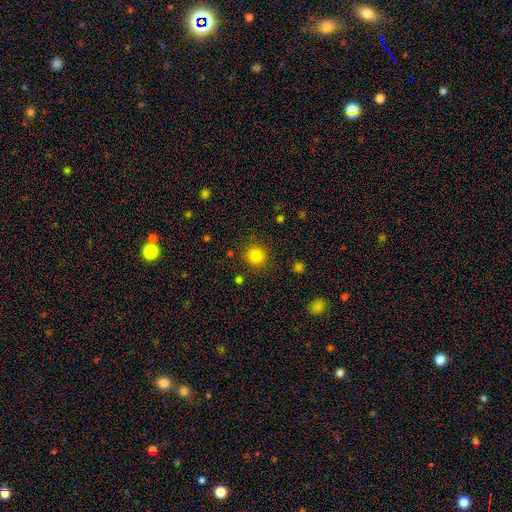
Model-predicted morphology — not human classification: The model was most divided on "smooth or featured": smooth: 84%, star or artifact: 12%, featured or disk: 4%. More confident: how rounded — round (93%); merging — none (88%).